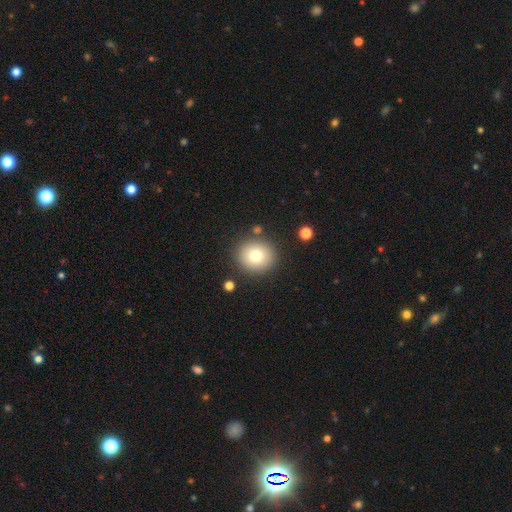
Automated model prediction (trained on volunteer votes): A smooth galaxy with no disk features (77%) that is round (86%). Merging: none (86%).